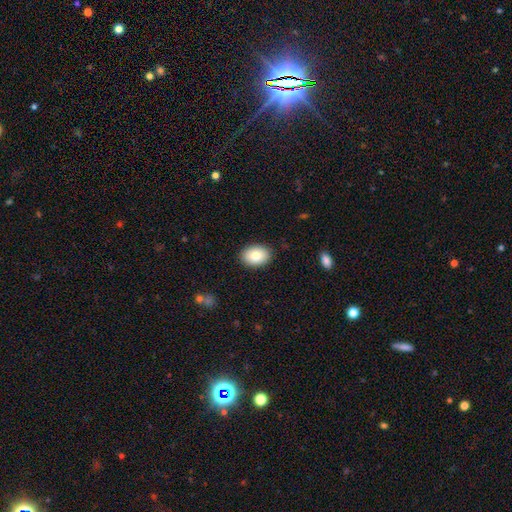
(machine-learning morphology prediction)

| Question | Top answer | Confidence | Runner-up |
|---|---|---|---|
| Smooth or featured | smooth | 83% | featured or disk (10%) |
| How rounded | in between | 81% | round (18%) |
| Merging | none | 89% | minor disturbance (8%) |